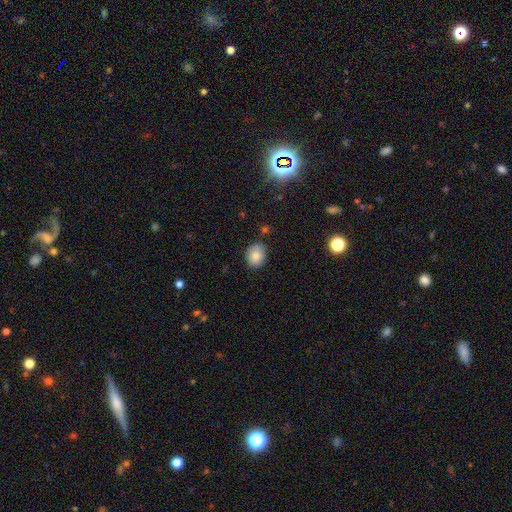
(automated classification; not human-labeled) Smooth or featured?
  - smooth: 84% *
  - star or artifact: 9%
  - featured or disk: 7%
How rounded?
  - round: 53% *
  - in between: 46%
  - cigar-shaped: 1%
Merging?
  - none: 82% *
  - minor disturbance: 14%
  - major disturbance: 2%
  - merger: 2%